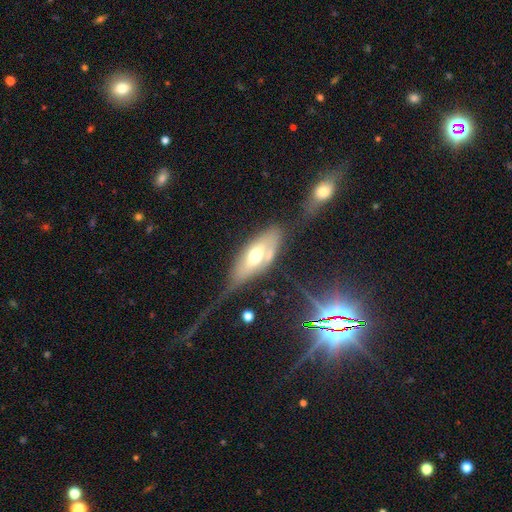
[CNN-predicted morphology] The model was most divided on "edge-on disk": no: 54%, yes: 46%. Remaining: smooth or featured — featured or disk (52%); merging — none (39%).